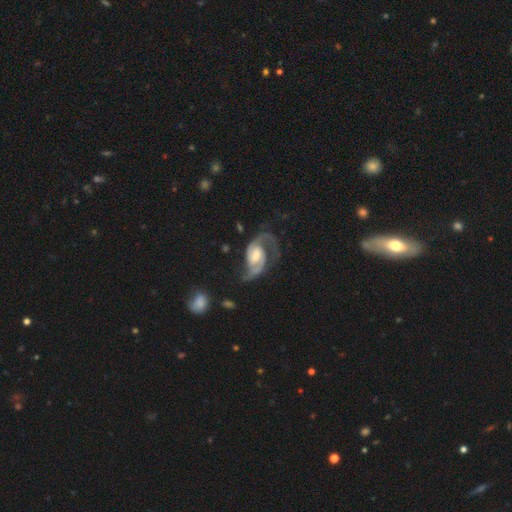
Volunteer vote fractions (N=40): Morphology: type=featured or disk (85%); edge-on=no (97%); bar=weak (64%); spiral arms=yes (94%); winding=medium (48%); arm count=2 (94%); bulge=moderate (73%); merging=major disturbance (37%).